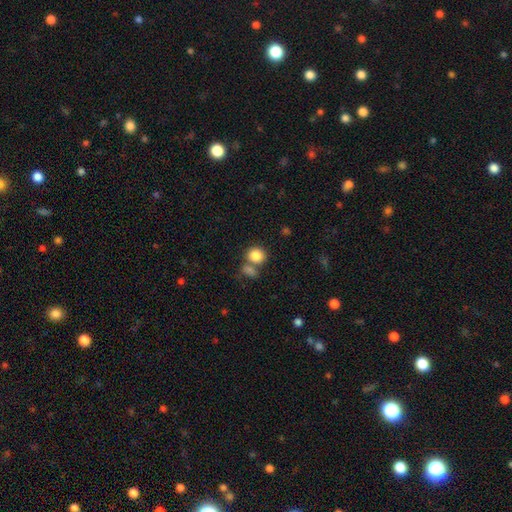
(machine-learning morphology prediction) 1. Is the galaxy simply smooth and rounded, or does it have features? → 85% smooth, 9% star or artifact, 6% featured or disk.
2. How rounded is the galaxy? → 76% round, 23% in between, 1% cigar-shaped.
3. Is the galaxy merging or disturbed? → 56% none, 30% merger, 10% minor disturbance, 4% major disturbance.